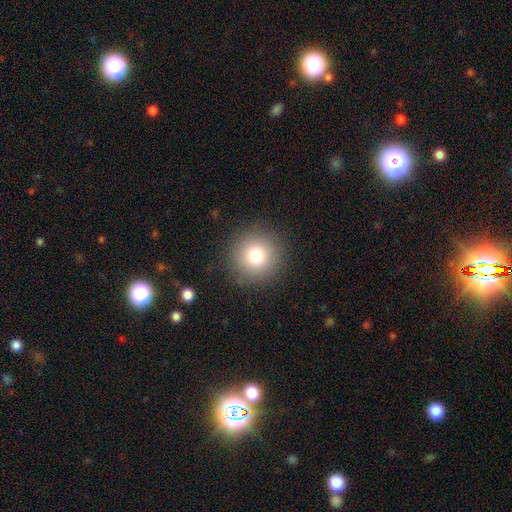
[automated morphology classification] smooth_or_featured: smooth (p=0.78) [alt: star or artifact p=0.13]
how_rounded: round (p=0.95) [alt: in between p=0.04]
merging: none (p=0.90) [alt: minor disturbance p=0.06]